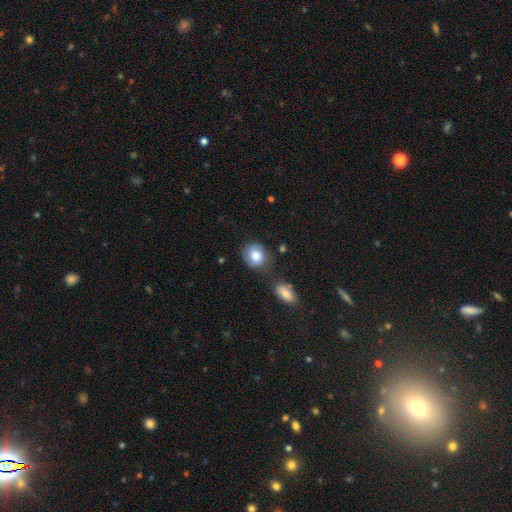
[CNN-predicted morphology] Q: Smooth or featured?
A: smooth (73%); runner-up: featured or disk (19%)
Q: How rounded?
A: round (66%); runner-up: in between (33%)
Q: Merging?
A: none (60%); runner-up: minor disturbance (24%)